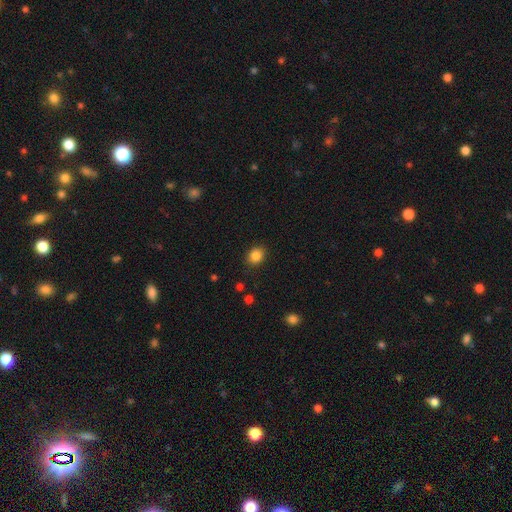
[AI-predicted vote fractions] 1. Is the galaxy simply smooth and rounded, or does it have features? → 85% smooth, 10% star or artifact, 4% featured or disk.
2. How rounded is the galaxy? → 59% round, 40% in between, 1% cigar-shaped.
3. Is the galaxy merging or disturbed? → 87% none, 9% minor disturbance, 3% major disturbance, 1% merger.